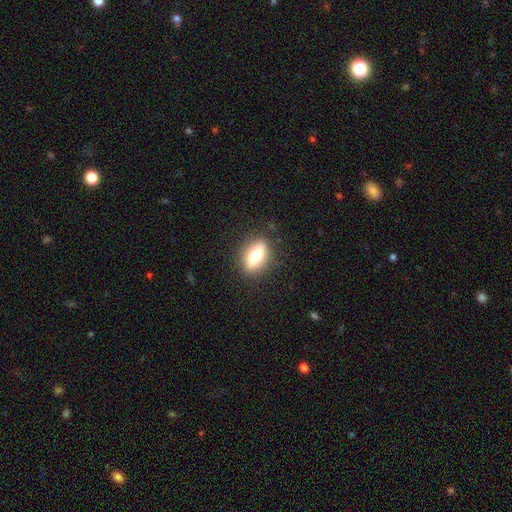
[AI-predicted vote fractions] Overall: smooth (65%; featured or disk 26%). How rounded: in between (78%). Merging: none (85%).